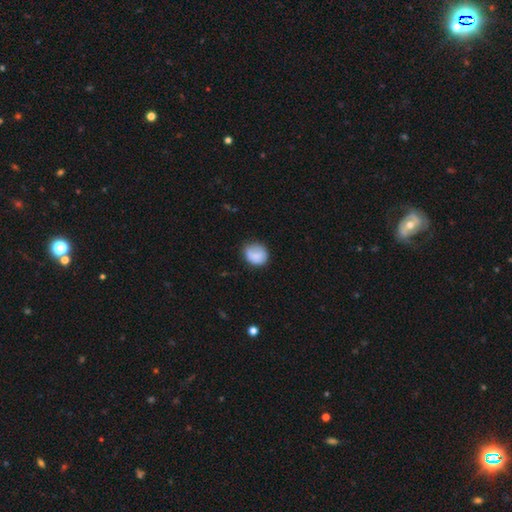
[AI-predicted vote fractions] Overall: smooth (80%). How rounded: round (75%). Merging: none (64%; minor disturbance 27%).